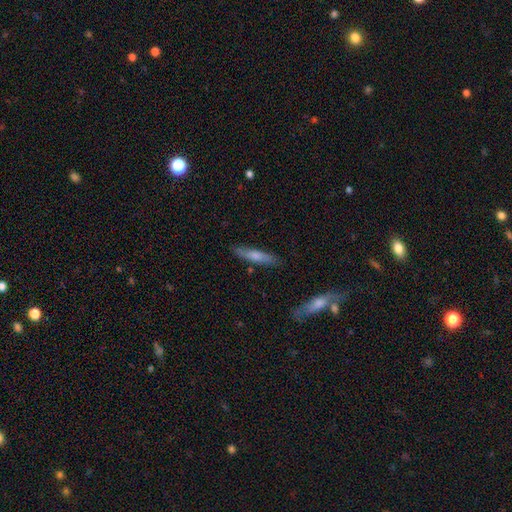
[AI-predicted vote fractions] Smooth or featured? Predicted: smooth (p=0.61). How rounded? Predicted: cigar-shaped (p=0.82). Merging? Predicted: none (p=0.82).